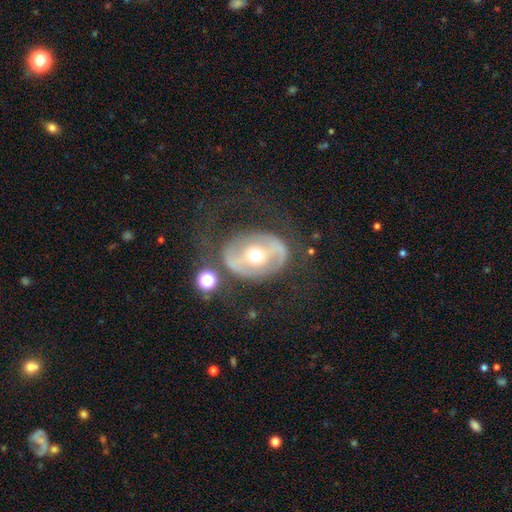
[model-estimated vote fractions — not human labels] smooth_or_featured: featured or disk (p=0.72) [alt: smooth p=0.20]
disk_edge_on: no (p=0.94) [alt: yes p=0.06]
bar: strong (p=0.45) [alt: weak p=0.29]
has_spiral_arms: yes (p=0.53) [alt: no p=0.47]
bulge_size: moderate (p=0.68) [alt: small p=0.25]
merging: none (p=0.61) [alt: major disturbance p=0.19]